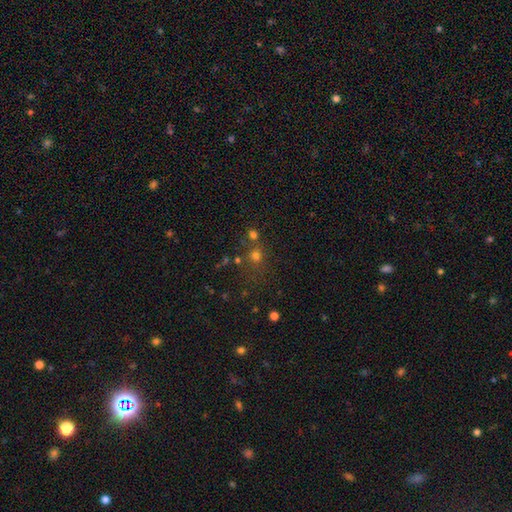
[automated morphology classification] Smooth or featured?
  - smooth: 60% *
  - star or artifact: 30%
  - featured or disk: 10%
How rounded?
  - round: 84% *
  - in between: 15%
  - cigar-shaped: 1%
Merging?
  - none: 64% *
  - merger: 20%
  - minor disturbance: 10%
  - major disturbance: 5%